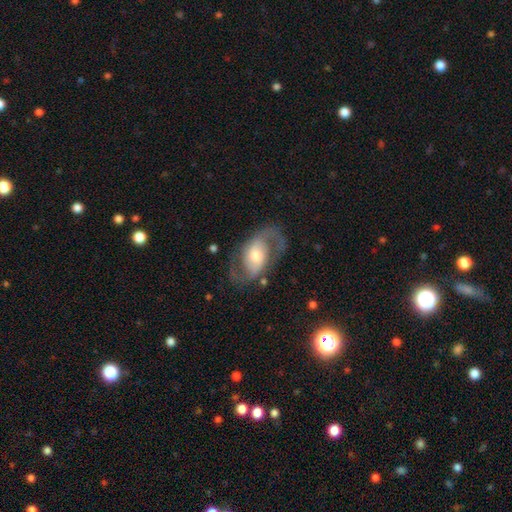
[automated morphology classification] A featured or disk galaxy (84%) with no bar (46%), 2 (91%) medium (52%) spiral arms (93%) and a moderate central bulge (55%).

Vote fractions:
- Smooth or featured? featured or disk: 84% / smooth: 11% / star or artifact: 6%
- Edge-on disk? no: 97% / yes: 3%
- Bar? no: 46% / weak: 37% / strong: 17%
- Spiral arms? yes: 93% / no: 7%
- Spiral winding? medium: 52% / loose: 33% / tight: 15%
- Spiral arm count? 2: 91% / can't tell: 3% / 1: 2% / 3: 1% / 4: 1% / more than 4: 1%
- Bulge size? moderate: 55% / small: 28% / large: 13% / dominant: 2% / none: 2%
- Merging? none: 74% / minor disturbance: 14% / major disturbance: 10% / merger: 2%